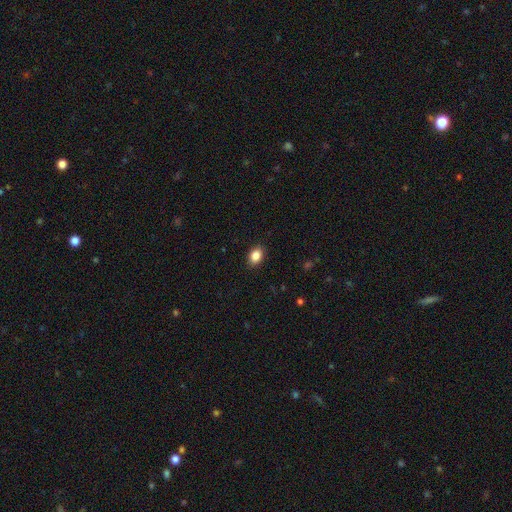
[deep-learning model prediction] Smooth or featured? Predicted: smooth (p=0.86). How rounded? Predicted: in between (p=0.75). Merging? Predicted: none (p=0.89).